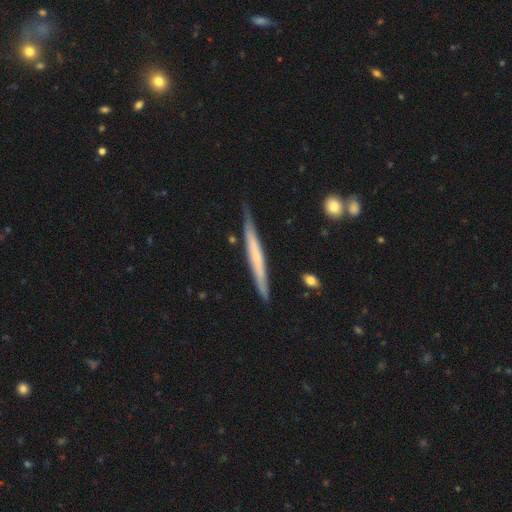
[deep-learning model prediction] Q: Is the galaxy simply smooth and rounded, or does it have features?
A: featured or disk — 56%.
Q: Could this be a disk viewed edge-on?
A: yes — 94%.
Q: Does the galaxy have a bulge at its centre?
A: none — 69%.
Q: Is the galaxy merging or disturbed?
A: none — 81%.